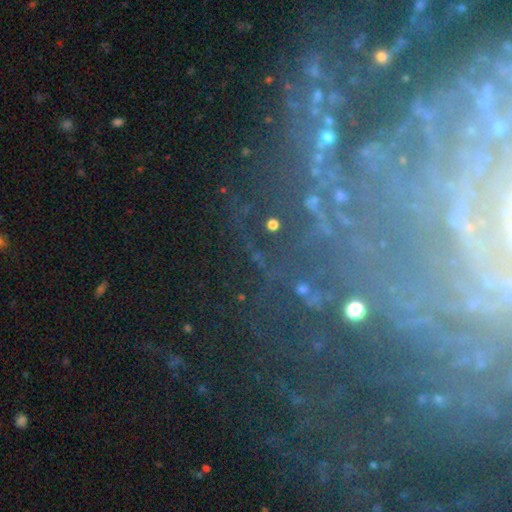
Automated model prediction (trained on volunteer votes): featured or disk 47%, star or artifact 39%, smooth 14%. Down the decision tree: merging — none (71%).